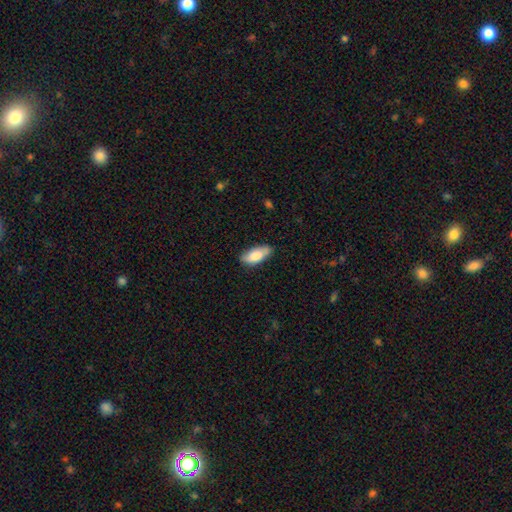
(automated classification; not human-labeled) A smooth galaxy with no disk features (81%) that is in between round and cigar-shaped (84%). Merging: none (79%).